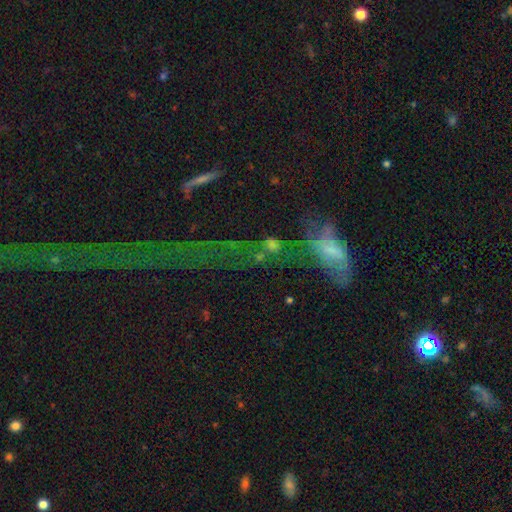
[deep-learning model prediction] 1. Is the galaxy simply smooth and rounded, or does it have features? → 43% featured or disk, 30% smooth, 26% star or artifact.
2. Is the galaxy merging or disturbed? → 33% major disturbance (tied), 33% none (tied), 17% merger, 17% minor disturbance.